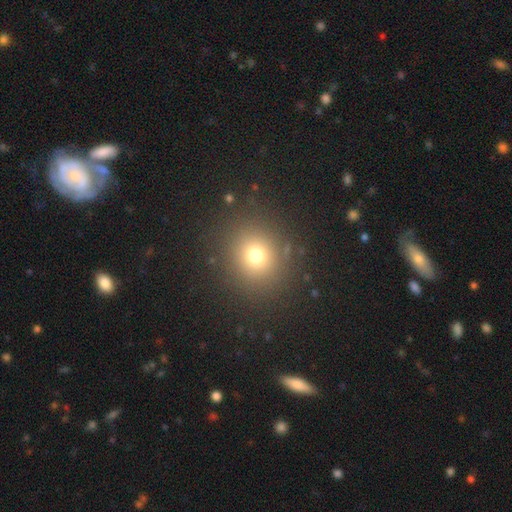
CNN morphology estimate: type=smooth (72%); roundness=round (87%); merging=none (87%).